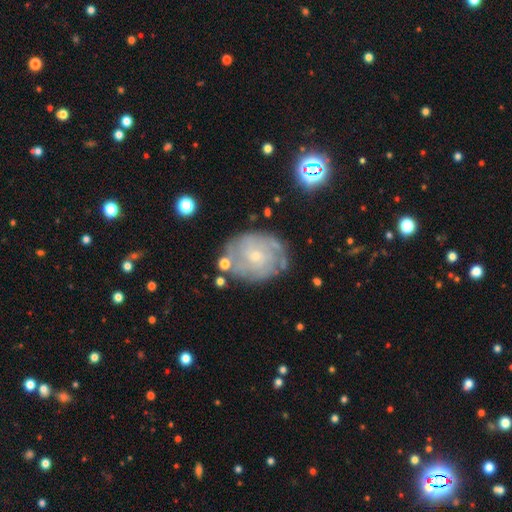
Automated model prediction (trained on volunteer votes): featured or disk 73%, smooth 19%, star or artifact 8%. Down the decision tree: edge-on disk — no (97%); bar — no (74%); spiral arms — yes (85%); spiral arm count — can't tell (51%); spiral winding — tight (67%); bulge size — small (71%); merging — none (71%).